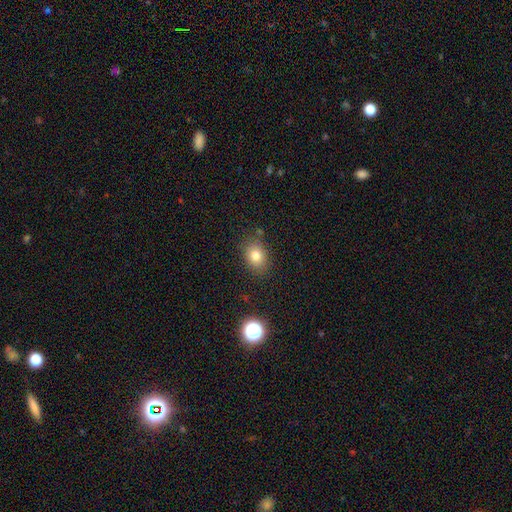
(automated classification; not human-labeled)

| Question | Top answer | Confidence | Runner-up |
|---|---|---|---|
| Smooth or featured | smooth | 79% | star or artifact (12%) |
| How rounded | in between | 60% | round (39%) |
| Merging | none | 80% | minor disturbance (13%) |